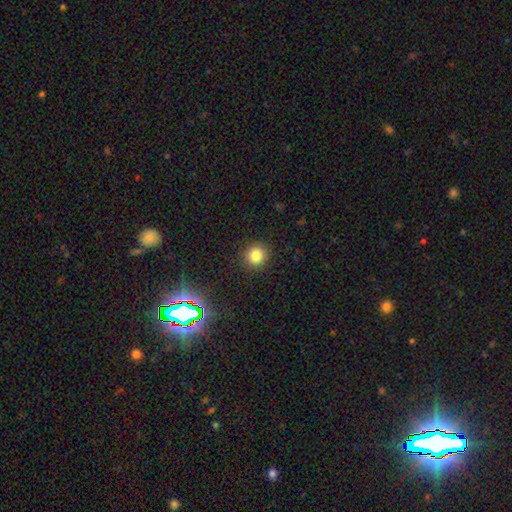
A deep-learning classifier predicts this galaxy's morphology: Smooth or featured?
  - smooth: 81% *
  - star or artifact: 14%
  - featured or disk: 5%
How rounded?
  - round: 88% *
  - in between: 11%
  - cigar-shaped: 1%
Merging?
  - none: 90% *
  - minor disturbance: 6%
  - major disturbance: 2%
  - merger: 1%